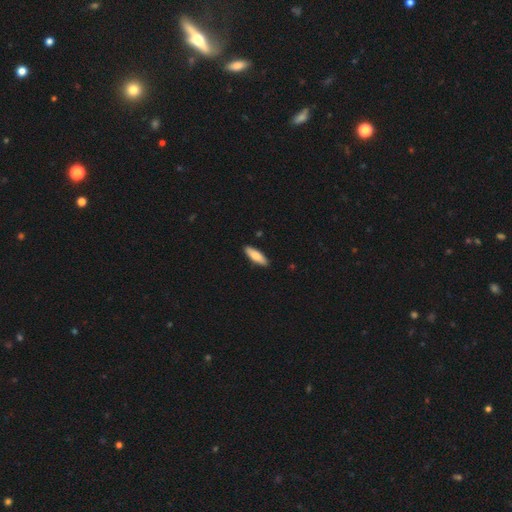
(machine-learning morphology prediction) This appears to be a smooth galaxy with no disk features (75%) that is in between round and cigar-shaped (49%, tied with cigar-shaped). Merging: none (89%).